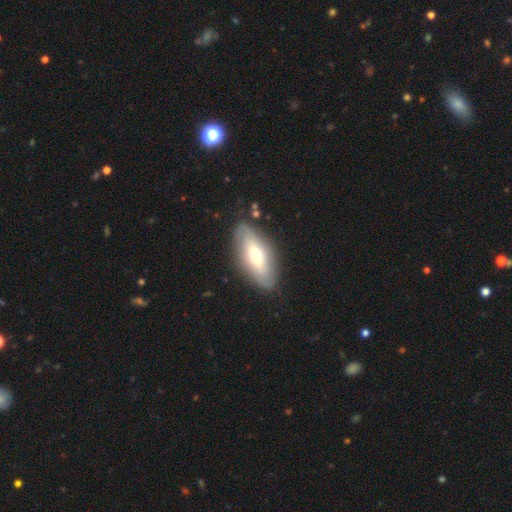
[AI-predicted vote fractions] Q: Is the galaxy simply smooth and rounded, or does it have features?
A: smooth — 47%, tied with featured or disk.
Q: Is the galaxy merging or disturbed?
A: none — 81%.